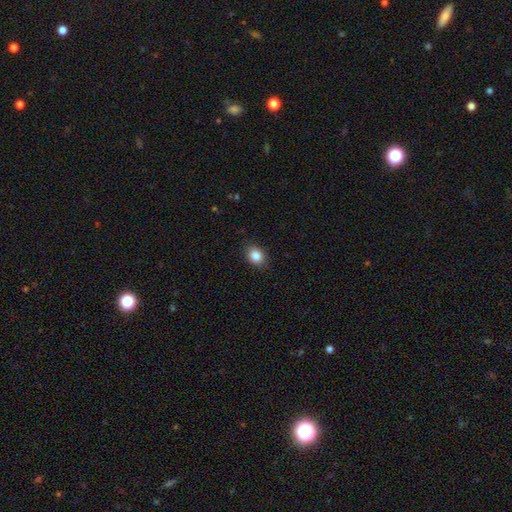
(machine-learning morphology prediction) Q: Smooth or featured?
A: smooth (87%); runner-up: star or artifact (9%)
Q: How rounded?
A: in between (58%); runner-up: round (41%)
Q: Merging?
A: none (86%); runner-up: minor disturbance (11%)